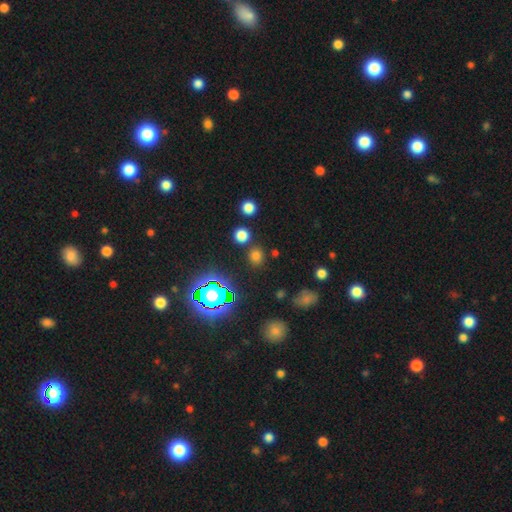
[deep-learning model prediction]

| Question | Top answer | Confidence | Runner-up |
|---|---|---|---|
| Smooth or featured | smooth | 69% | star or artifact (25%) |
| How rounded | round | 80% | in between (19%) |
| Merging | none | 82% | minor disturbance (8%) |